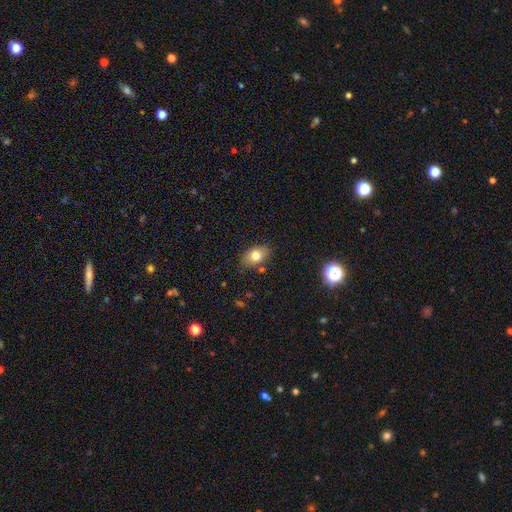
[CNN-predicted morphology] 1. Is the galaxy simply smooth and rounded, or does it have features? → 77% smooth, 13% featured or disk, 10% star or artifact.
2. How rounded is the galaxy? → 81% in between, 17% round, 2% cigar-shaped.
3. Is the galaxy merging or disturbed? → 81% none, 14% minor disturbance, 3% major disturbance, 3% merger.